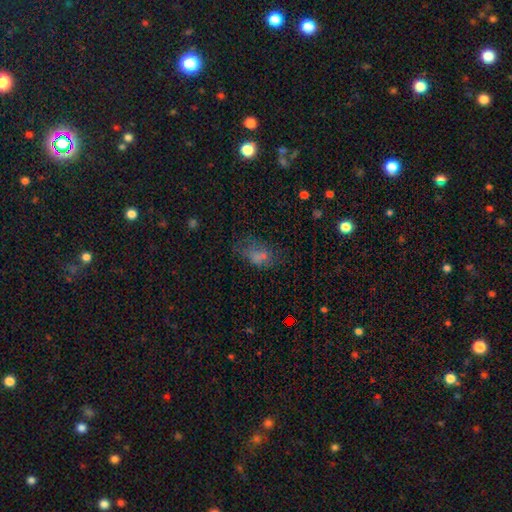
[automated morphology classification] A smooth galaxy with no disk features (53%) that is in between round and cigar-shaped (81%).

Vote fractions:
- Smooth or featured? smooth: 53% / star or artifact: 30% / featured or disk: 18%
- How rounded? in between: 81% / round: 12% / cigar-shaped: 6%
- Merging? none: 58% / minor disturbance: 22% / major disturbance: 16% / merger: 4%